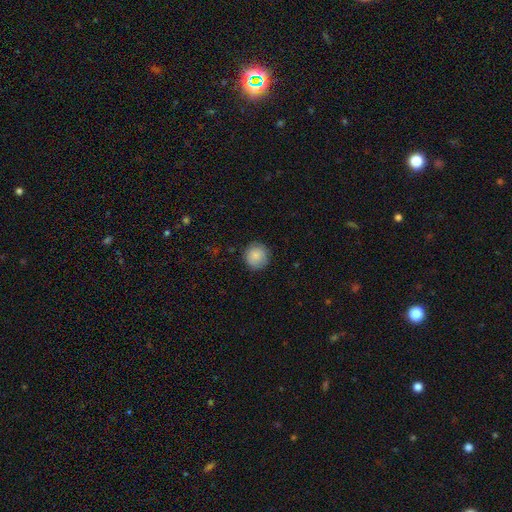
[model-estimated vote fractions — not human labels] Overall: smooth (85%). How rounded: round (93%). Merging: none (86%).